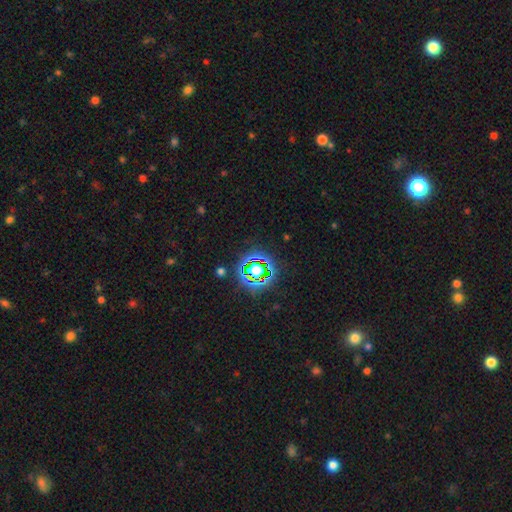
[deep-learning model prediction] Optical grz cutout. It shows a star or artifact, not a galaxy (77%).